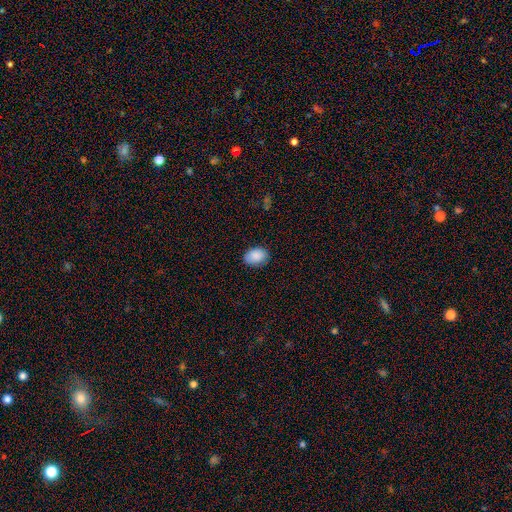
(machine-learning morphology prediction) A smooth galaxy with no disk features (89%) that is in between round and cigar-shaped (79%). Merging: none (83%).